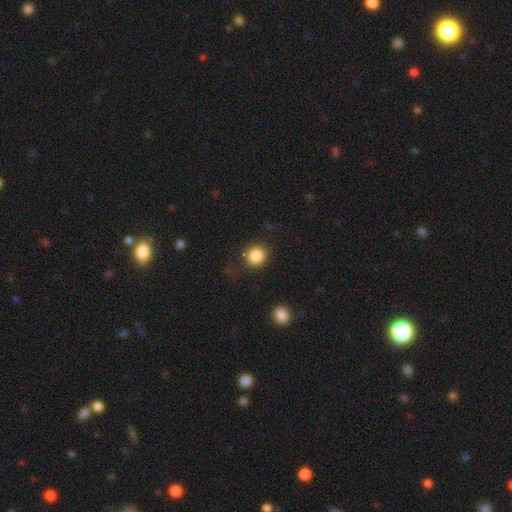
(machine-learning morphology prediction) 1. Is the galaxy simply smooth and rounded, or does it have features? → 86% smooth, 10% star or artifact, 4% featured or disk.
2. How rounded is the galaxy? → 88% round, 11% in between, 1% cigar-shaped.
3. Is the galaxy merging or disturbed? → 81% none, 12% minor disturbance, 5% major disturbance, 2% merger.